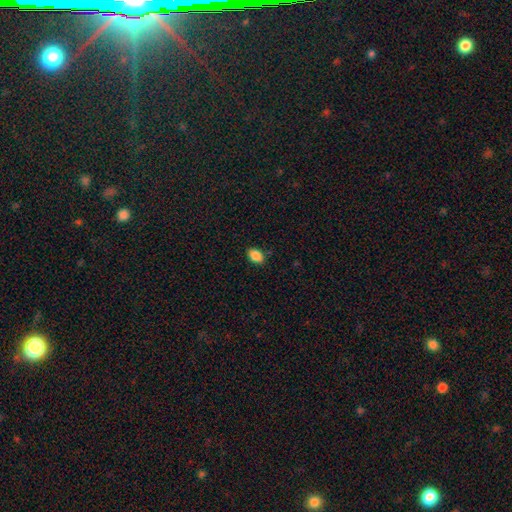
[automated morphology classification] smooth 87%, star or artifact 9%, featured or disk 4%. Down the decision tree: how rounded — in between (85%); merging — none (86%).